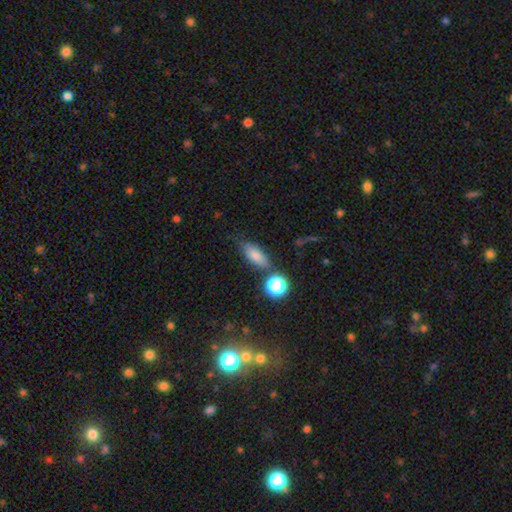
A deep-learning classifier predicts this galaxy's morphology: type=smooth (79%); roundness=in between (71%); merging=none (74%).